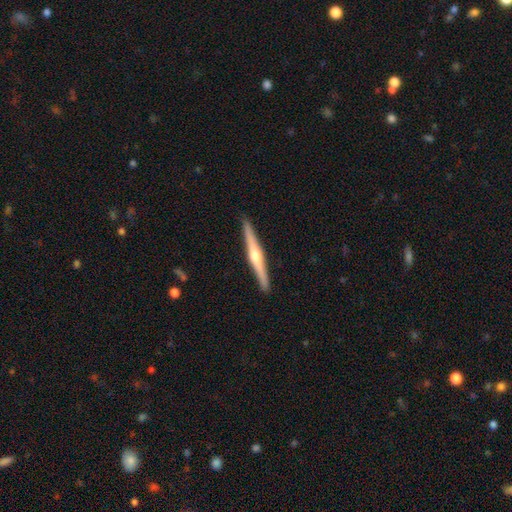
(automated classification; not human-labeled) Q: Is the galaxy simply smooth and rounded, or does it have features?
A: featured or disk — 76%.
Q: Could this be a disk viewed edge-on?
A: yes — 98%.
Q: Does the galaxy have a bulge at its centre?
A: rounded — 91%.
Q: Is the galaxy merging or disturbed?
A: none — 92%.